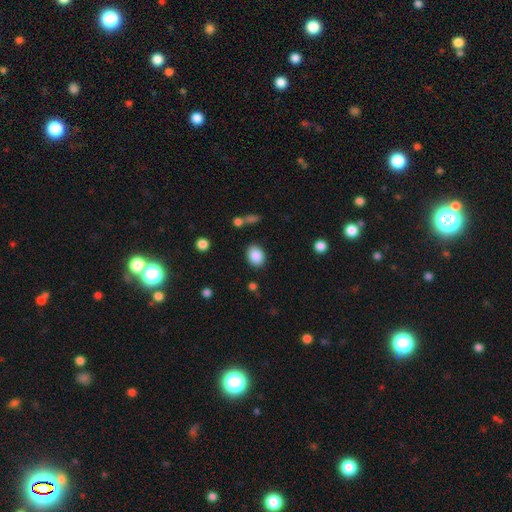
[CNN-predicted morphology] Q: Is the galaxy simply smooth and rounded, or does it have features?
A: smooth — 86%.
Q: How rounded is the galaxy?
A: in between — 65%.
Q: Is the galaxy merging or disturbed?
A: none — 85%.